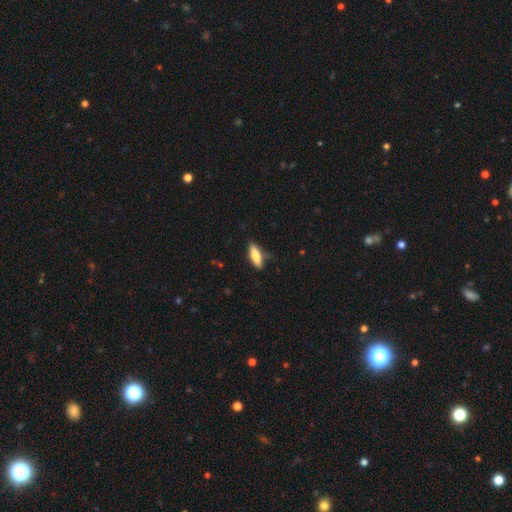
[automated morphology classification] A smooth galaxy with no disk features (74%) that is in between round and cigar-shaped (49%, tied with cigar-shaped).

Vote fractions:
- Smooth or featured? smooth: 74% / featured or disk: 20% / star or artifact: 6%
- How rounded? in between: 49% (tied) / cigar-shaped: 49% (tied) / round: 2%
- Merging? none: 79% / minor disturbance: 16% / major disturbance: 3% / merger: 2%